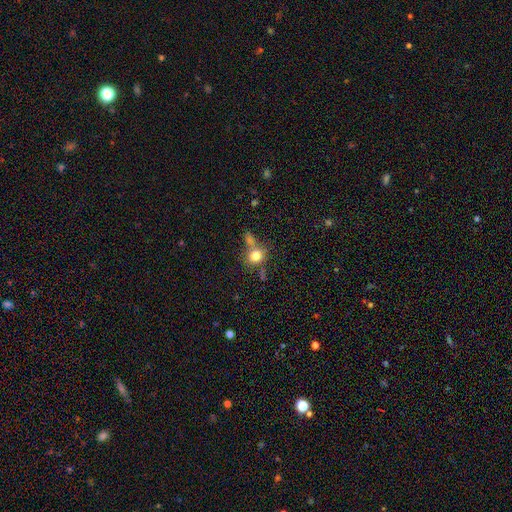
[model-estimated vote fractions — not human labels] Smooth or featured? Predicted: smooth (p=0.76). How rounded? Predicted: round (p=0.75). Merging? Predicted: none (p=0.50).